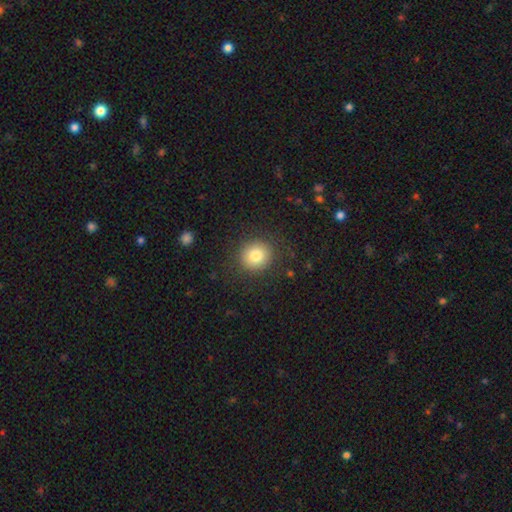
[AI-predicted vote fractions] Smooth or featured?
  - smooth: 82% *
  - star or artifact: 10%
  - featured or disk: 9%
How rounded?
  - round: 89% *
  - in between: 11%
  - cigar-shaped: 1%
Merging?
  - none: 87% *
  - minor disturbance: 8%
  - major disturbance: 3%
  - merger: 1%